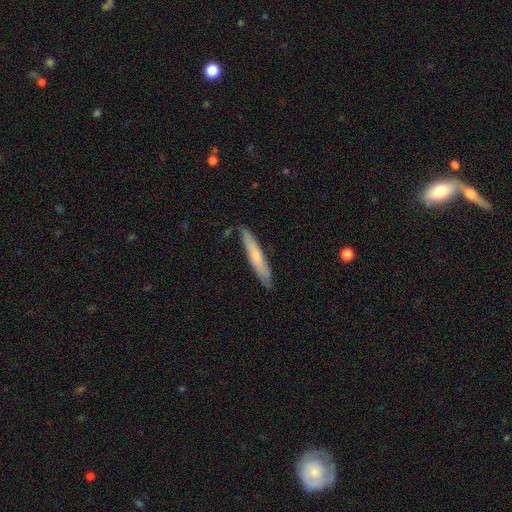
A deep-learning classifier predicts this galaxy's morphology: Overall: smooth (65%; featured or disk 29%). How rounded: cigar-shaped (94%). Merging: none (86%).